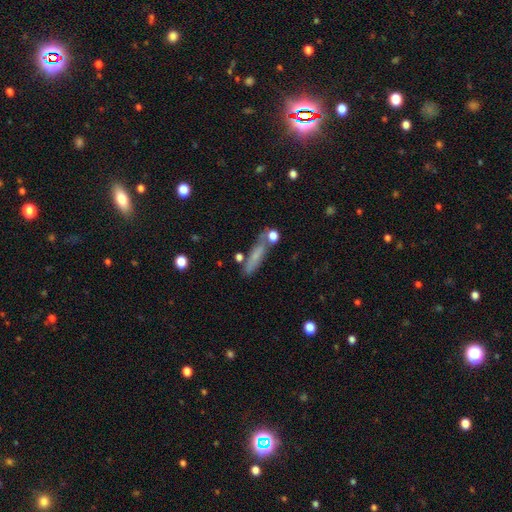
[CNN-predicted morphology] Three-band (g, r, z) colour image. It shows a smooth galaxy with no disk features (63%) that is cigar-shaped (78%). Merging: none (66%).